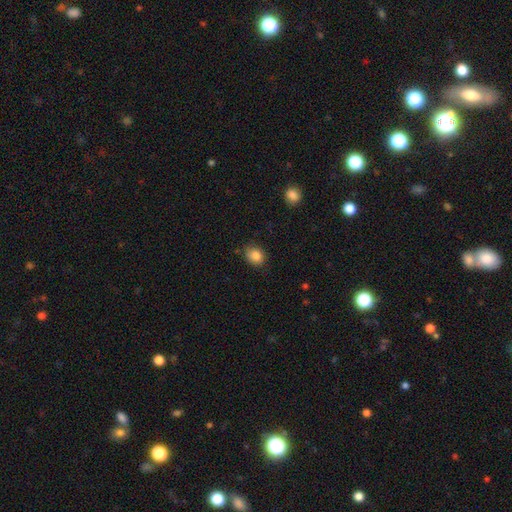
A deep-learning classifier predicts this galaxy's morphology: Overall: smooth (84%). How rounded: round (60%; in between 39%). Merging: none (75%).